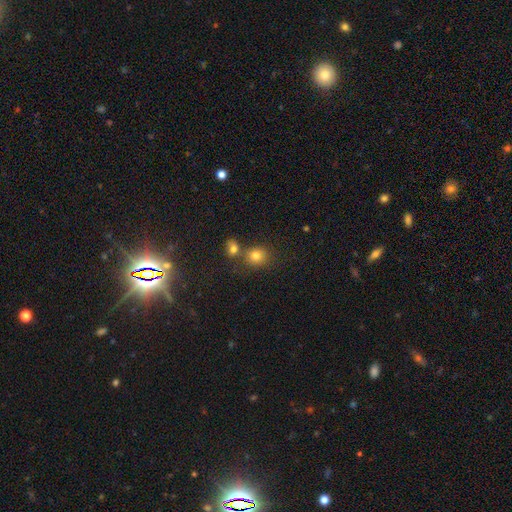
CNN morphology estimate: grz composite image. It shows a smooth galaxy with no disk features (78%) that is round (79%). Merging: none (62%).